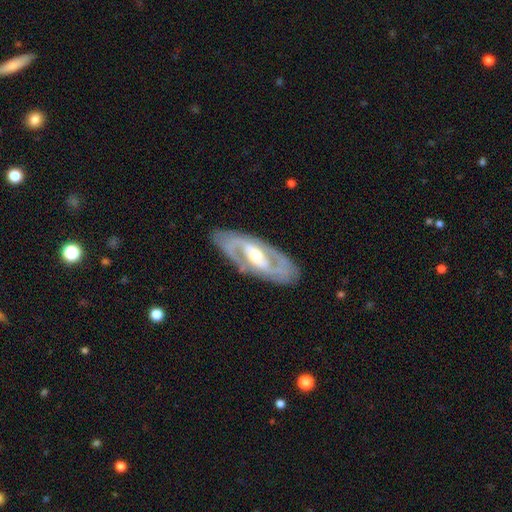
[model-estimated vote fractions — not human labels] The model was most divided on "bar": weak: 37%, strong: 35%, no: 27%. Remaining: edge-on disk — no (91%); spiral arms — yes (89%); spiral arm count — 2 (89%); smooth or featured — featured or disk (87%); merging — none (85%); bulge size — moderate (63%); spiral winding — medium (50%).